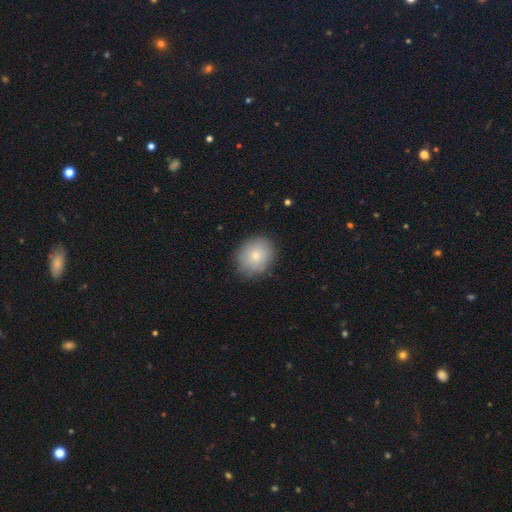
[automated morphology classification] smooth-or-featured: smooth: 80% | featured or disk: 13% | star or artifact: 7%
  how-rounded: round: 65% | in between: 34% | cigar-shaped: 1%
  merging: none: 81% | minor disturbance: 14% | major disturbance: 3% | merger: 1%